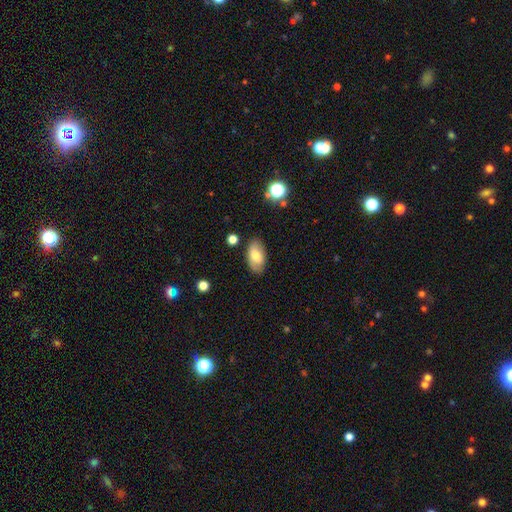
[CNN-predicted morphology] Smooth or featured?
  - smooth: 70% *
  - featured or disk: 23%
  - star or artifact: 8%
How rounded?
  - in between: 93% *
  - round: 4%
  - cigar-shaped: 2%
Merging?
  - none: 82% *
  - minor disturbance: 13%
  - major disturbance: 3%
  - merger: 2%